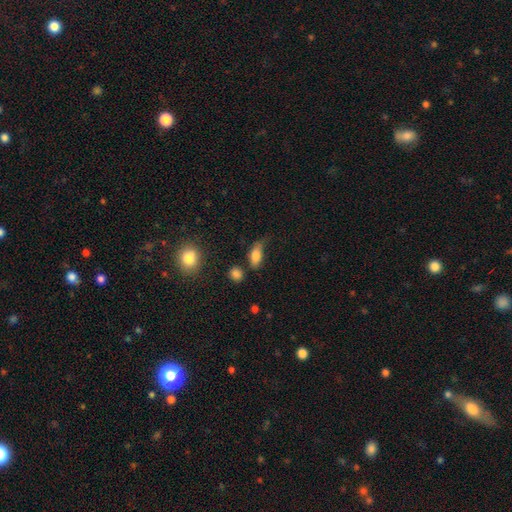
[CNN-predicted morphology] Q: Smooth or featured?
A: smooth (80%); runner-up: featured or disk (11%)
Q: How rounded?
A: in between (83%); runner-up: cigar-shaped (11%)
Q: Merging?
A: none (42%); runner-up: minor disturbance (35%)